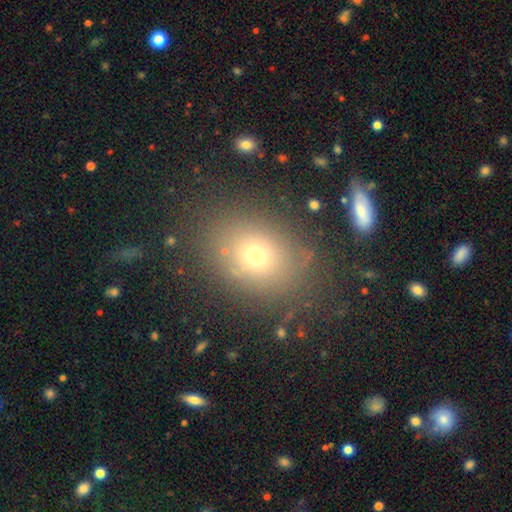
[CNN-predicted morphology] Smooth or featured?
  - smooth: 69% *
  - star or artifact: 19%
  - featured or disk: 13%
How rounded?
  - in between: 54% *
  - round: 45%
  - cigar-shaped: 1%
Merging?
  - none: 81% *
  - minor disturbance: 11%
  - major disturbance: 5%
  - merger: 4%